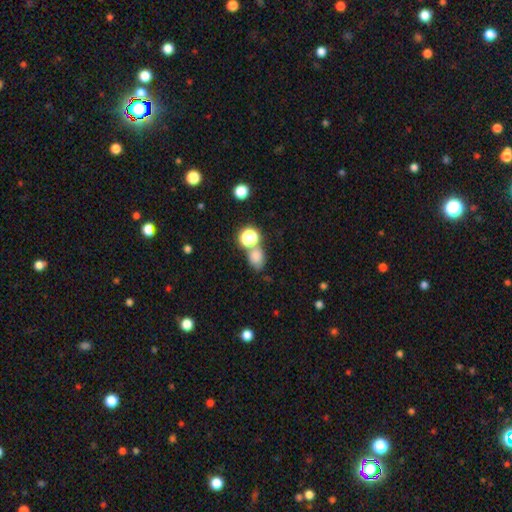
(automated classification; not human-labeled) A smooth galaxy with no disk features (74%) that is in between round and cigar-shaped (55%). Merging: none (56%).